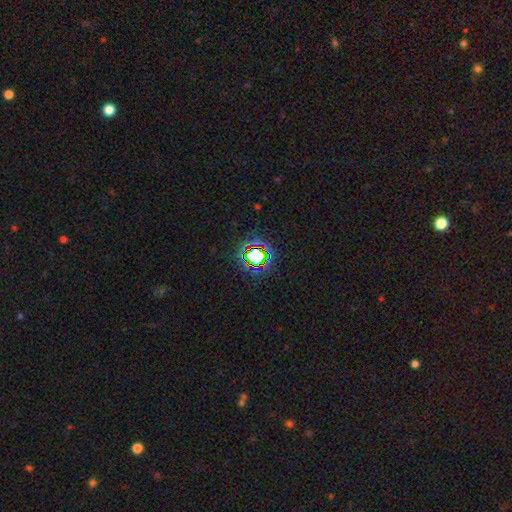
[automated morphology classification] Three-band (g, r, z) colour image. It shows a star or artifact, not a galaxy (68%).